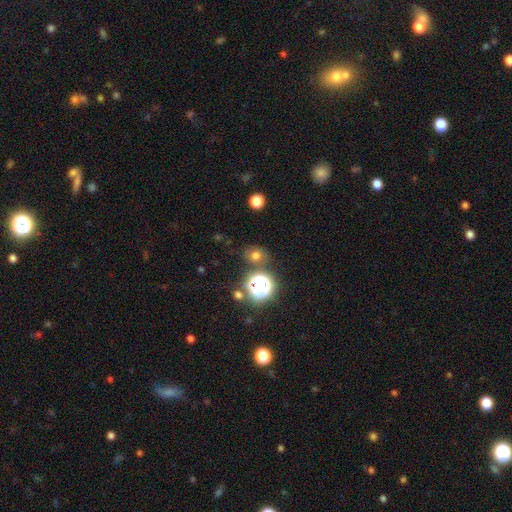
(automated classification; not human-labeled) Smooth or featured? smooth (66%)
How rounded? round (70%)
Merging? none (76%)